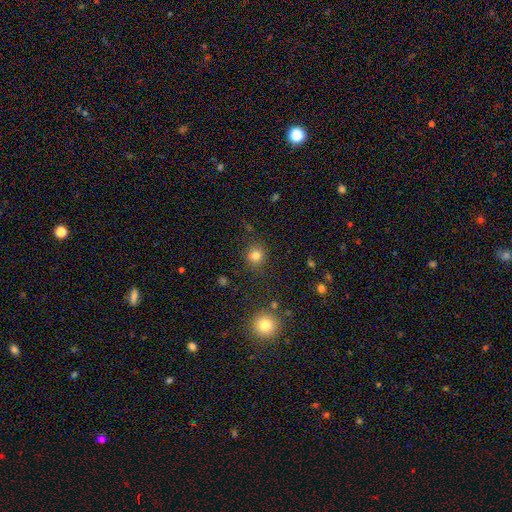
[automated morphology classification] Smooth or featured: smooth — 81% (star or artifact — 14%)
How rounded: round — 88% (in between — 11%)
Merging: none — 86% (minor disturbance — 9%)